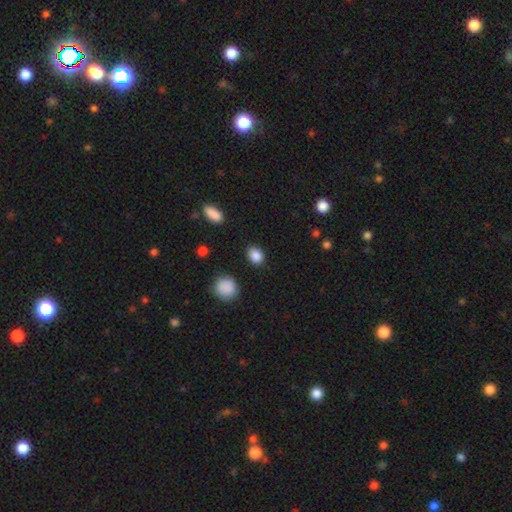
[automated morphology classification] This appears to be a smooth galaxy with no disk features (87%) that is in between round and cigar-shaped (60%). Merging: none (86%).